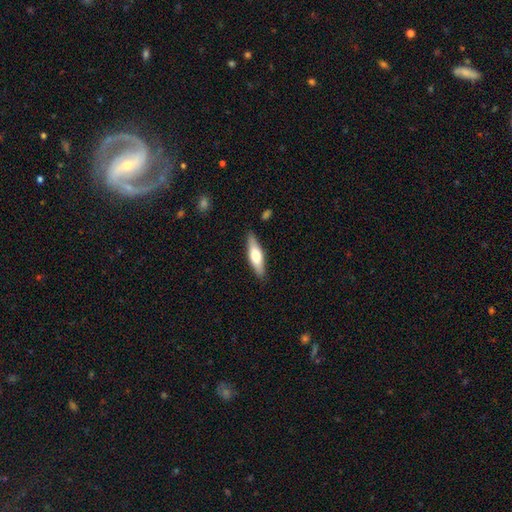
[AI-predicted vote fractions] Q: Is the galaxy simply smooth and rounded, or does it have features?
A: smooth — 57%.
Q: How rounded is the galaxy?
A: cigar-shaped — 61%.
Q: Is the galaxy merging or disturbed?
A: none — 86%.